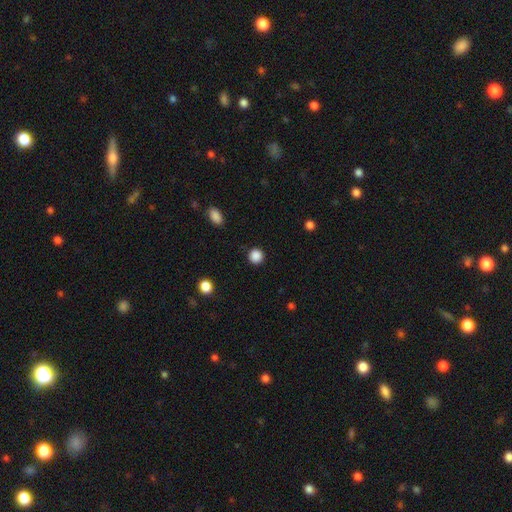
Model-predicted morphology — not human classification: Smooth or featured?
  - smooth: 87% *
  - star or artifact: 10%
  - featured or disk: 2%
How rounded?
  - round: 94% *
  - in between: 5%
  - cigar-shaped: 1%
Merging?
  - none: 91% *
  - minor disturbance: 5%
  - major disturbance: 2%
  - merger: 1%